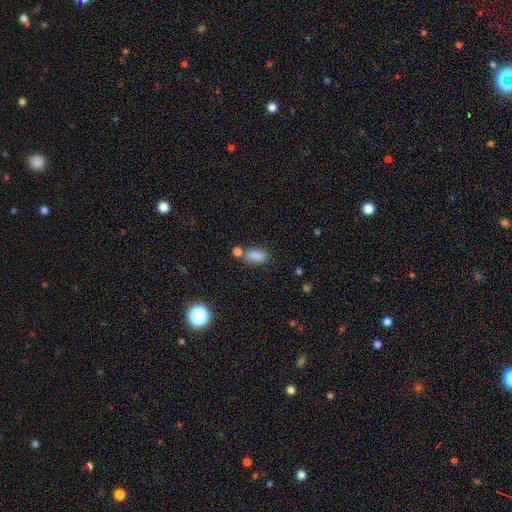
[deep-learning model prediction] smooth 85%, star or artifact 10%, featured or disk 5%. Down the decision tree: how rounded — in between (88%); merging — none (56%).